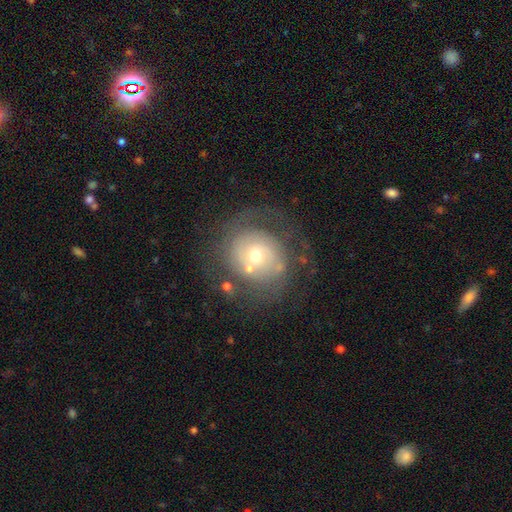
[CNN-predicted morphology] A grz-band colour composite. It shows a featured or disk galaxy (63%) with no bar (81%), spiral arms (69%) and a moderate central bulge (55%). Merging: none (61%).